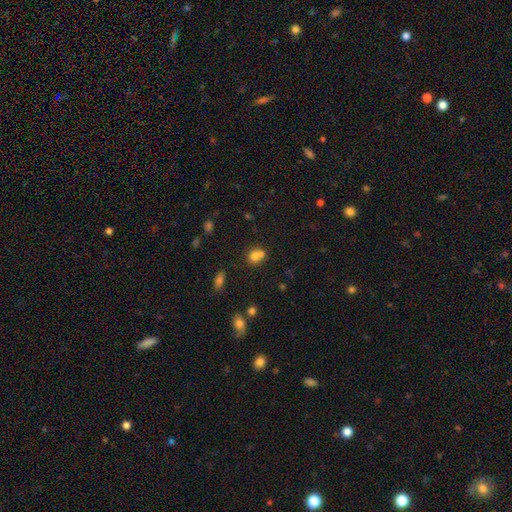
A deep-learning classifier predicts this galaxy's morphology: This appears to be a smooth galaxy with no disk features (74%) that is round (64%). Merging: merger (55%).